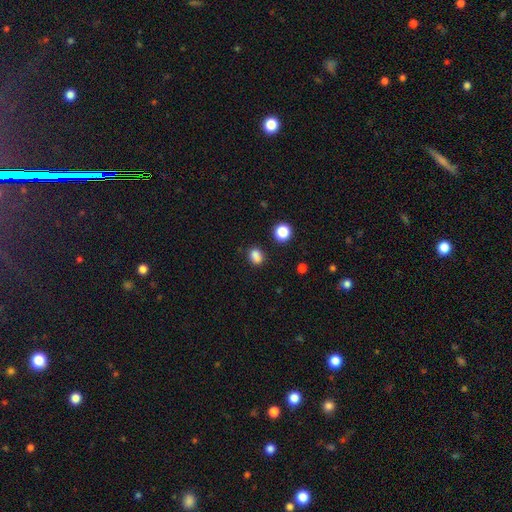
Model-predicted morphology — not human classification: Smooth or featured? smooth (82%)
How rounded? round (50%)
Merging? none (73%)